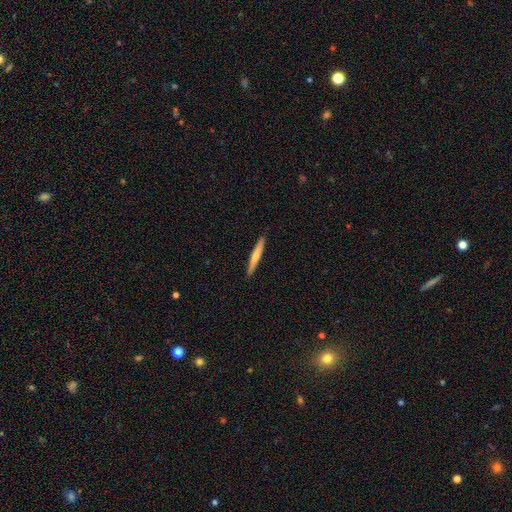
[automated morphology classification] The model was most divided on "smooth or featured": smooth: 62%, featured or disk: 32%, star or artifact: 5%. More confident: how rounded — cigar-shaped (96%); merging — none (92%).